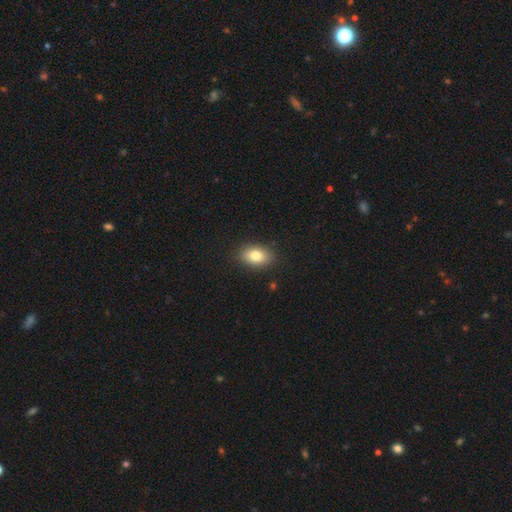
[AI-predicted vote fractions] Smooth or featured? Predicted: smooth (p=0.82). How rounded? Predicted: in between (p=0.86). Merging? Predicted: none (p=0.88).